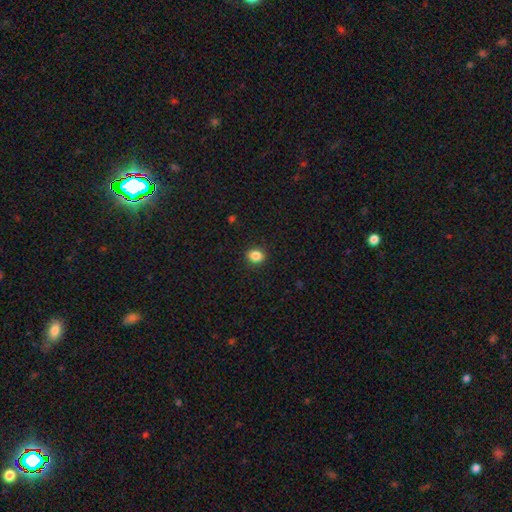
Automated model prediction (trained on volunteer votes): Q: Smooth or featured?
A: smooth (86%); runner-up: star or artifact (10%)
Q: How rounded?
A: round (63%); runner-up: in between (36%)
Q: Merging?
A: none (90%); runner-up: minor disturbance (7%)